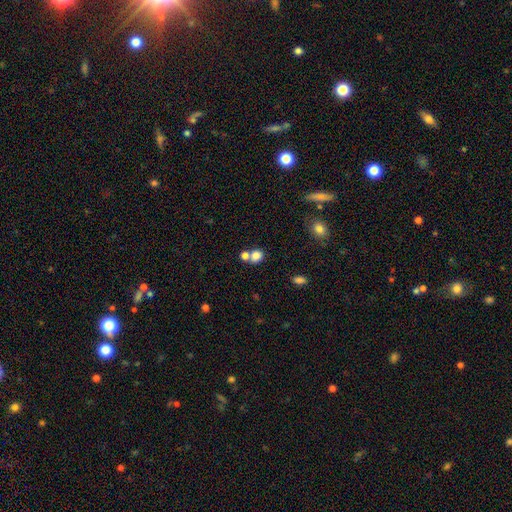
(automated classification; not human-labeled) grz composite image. It shows a smooth galaxy with no disk features (81%) that is round (65%). Merging: none (46%).